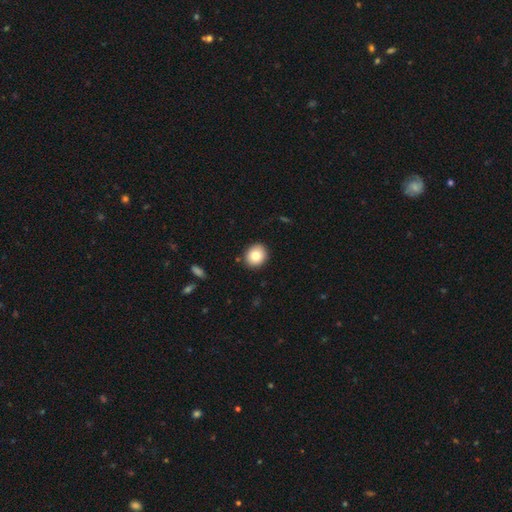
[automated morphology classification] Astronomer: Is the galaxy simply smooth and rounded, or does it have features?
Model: smooth — 81%.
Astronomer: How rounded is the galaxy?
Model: round — 81%.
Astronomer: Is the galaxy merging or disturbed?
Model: none — 90%.